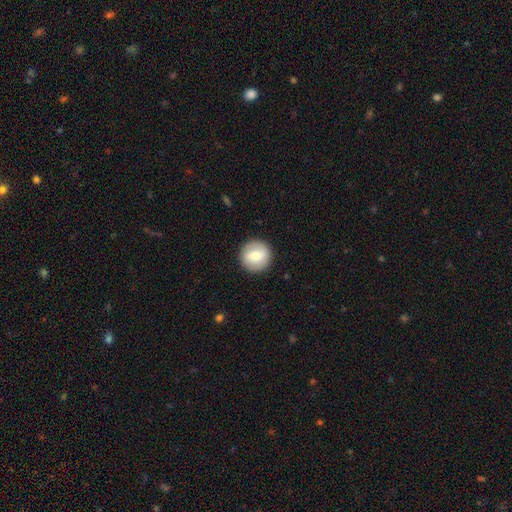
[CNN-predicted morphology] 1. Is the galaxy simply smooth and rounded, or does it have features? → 64% smooth, 29% featured or disk, 7% star or artifact.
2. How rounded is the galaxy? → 93% round, 6% in between, 1% cigar-shaped.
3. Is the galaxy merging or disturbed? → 90% none, 7% minor disturbance, 2% major disturbance, 1% merger.